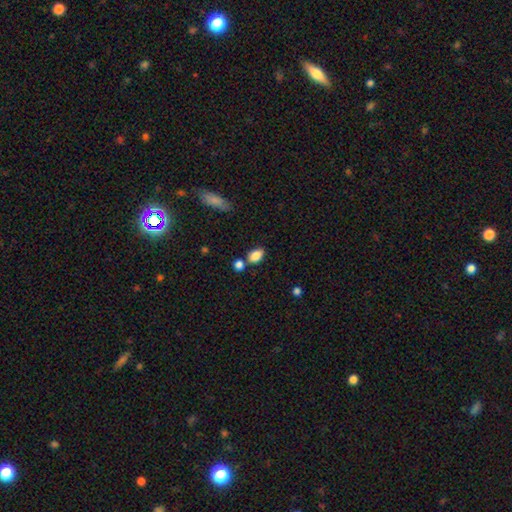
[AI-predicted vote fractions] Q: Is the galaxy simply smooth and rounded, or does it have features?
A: smooth — 85%.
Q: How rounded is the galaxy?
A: in between — 86%.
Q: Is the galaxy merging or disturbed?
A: none — 65%.